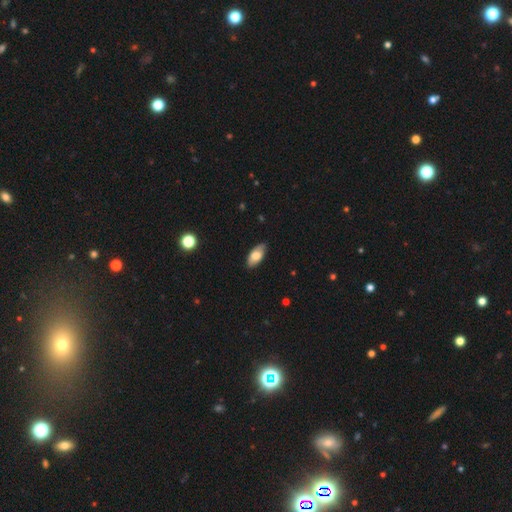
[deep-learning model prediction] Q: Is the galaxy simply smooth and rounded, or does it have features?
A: smooth — 74%.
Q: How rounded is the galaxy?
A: in between — 91%.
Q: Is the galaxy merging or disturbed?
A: none — 84%.